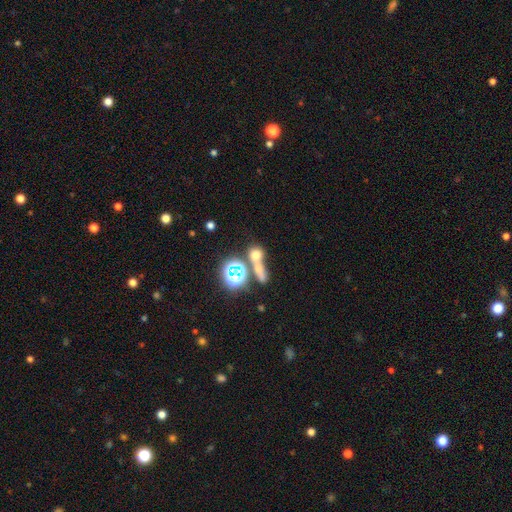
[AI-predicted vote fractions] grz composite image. It shows a smooth galaxy with no disk features (57%) that is round (72%). Merging: none (45%).